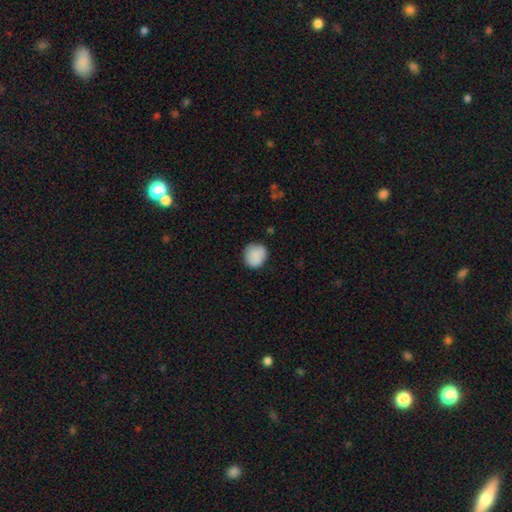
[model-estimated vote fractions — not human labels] Smooth or featured?
  - smooth: 87% *
  - star or artifact: 8%
  - featured or disk: 5%
How rounded?
  - round: 82% *
  - in between: 17%
  - cigar-shaped: 1%
Merging?
  - none: 79% *
  - minor disturbance: 17%
  - major disturbance: 3%
  - merger: 1%